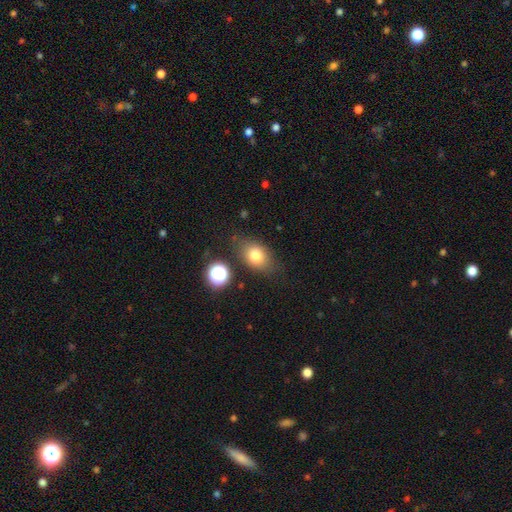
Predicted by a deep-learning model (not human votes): The model was most divided on "how rounded": in between: 71%, round: 28%, cigar-shaped: 2%. More confident: smooth or featured — smooth (77%); merging — none (75%).